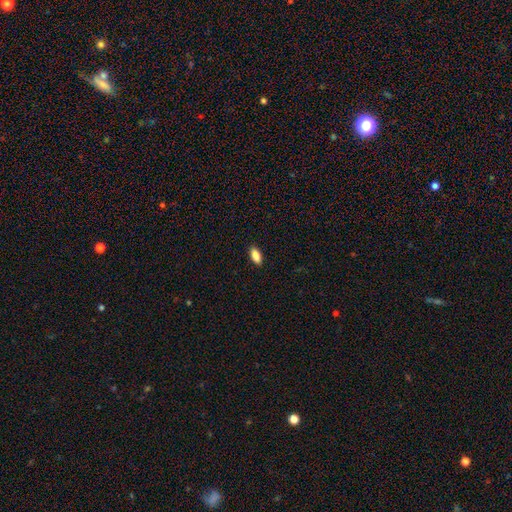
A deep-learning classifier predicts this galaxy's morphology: Smooth or featured? smooth (88%)
How rounded? in between (88%)
Merging? none (90%)